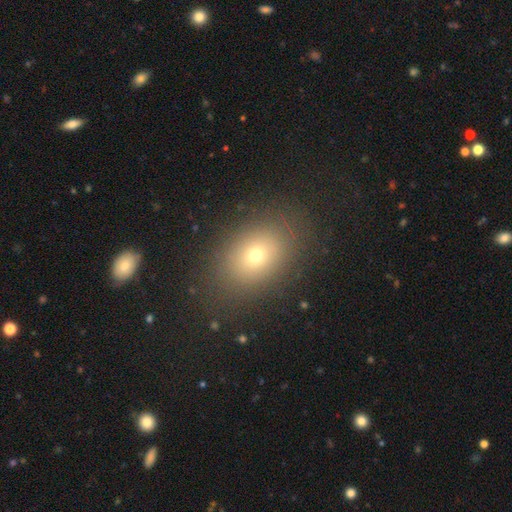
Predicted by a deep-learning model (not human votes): smooth_or_featured: smooth (p=0.69) [alt: star or artifact p=0.16]
how_rounded: in between (p=0.67) [alt: round p=0.32]
merging: none (p=0.83) [alt: minor disturbance p=0.11]